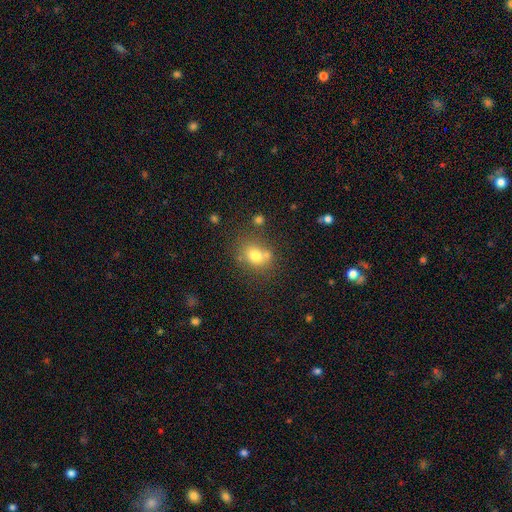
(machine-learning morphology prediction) Overall: smooth (75%). How rounded: round (56%; in between 43%). Merging: none (56%; merger 20%).